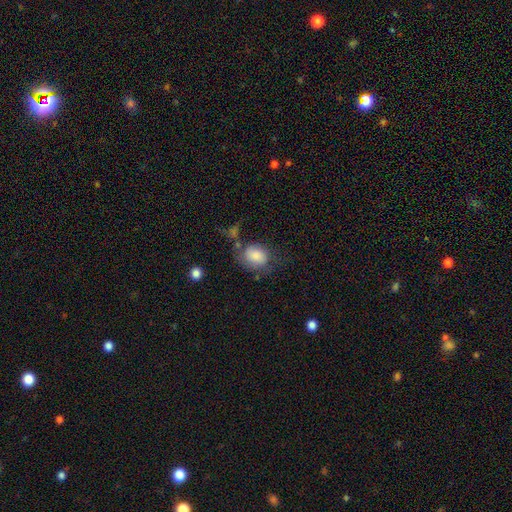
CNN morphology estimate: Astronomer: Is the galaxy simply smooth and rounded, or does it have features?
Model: smooth — 82%.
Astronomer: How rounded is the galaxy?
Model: in between — 50% (runner-up: round, 49%).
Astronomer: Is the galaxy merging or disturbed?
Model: none — 50%.